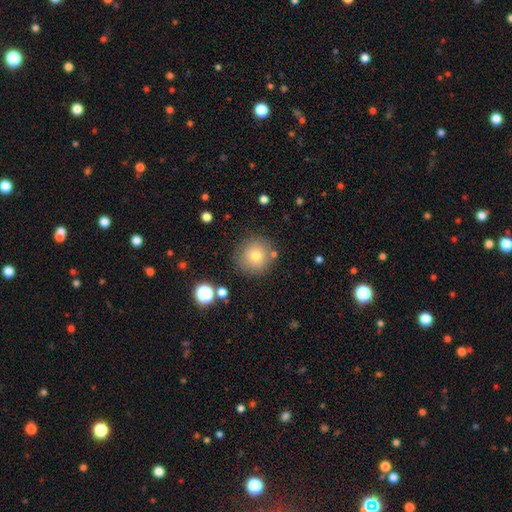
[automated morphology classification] type=smooth (73%); roundness=round (94%); merging=none (81%).